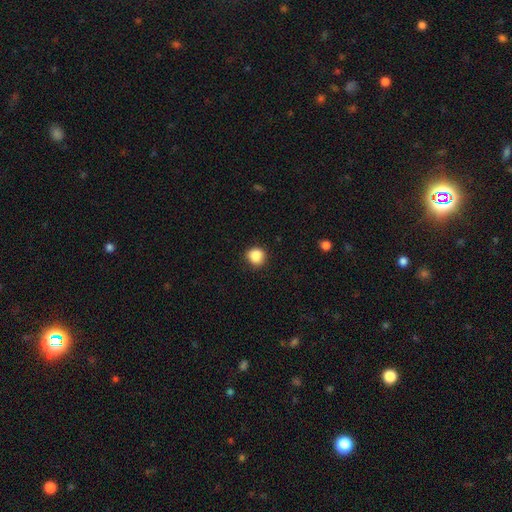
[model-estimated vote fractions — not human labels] A smooth galaxy with no disk features (87%) that is round (85%). Merging: none (84%).